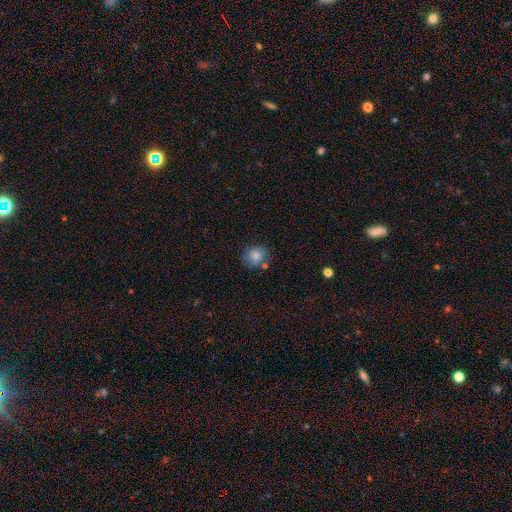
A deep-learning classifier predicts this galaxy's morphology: This is clearly a smooth galaxy (80%). How rounded: likely round (76%). Merging: likely none (70%).